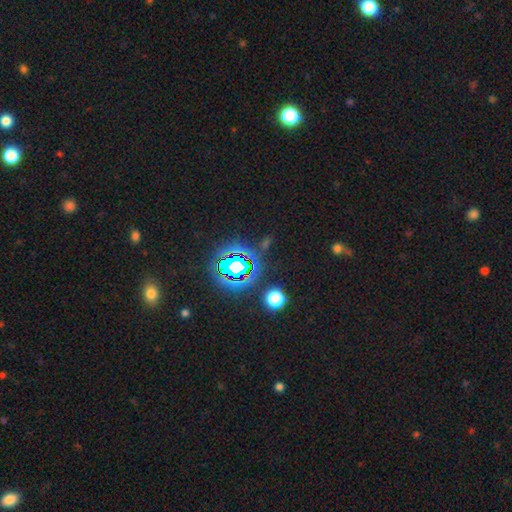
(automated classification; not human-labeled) smooth_or_featured: star or artifact (p=0.82) [alt: smooth p=0.12]